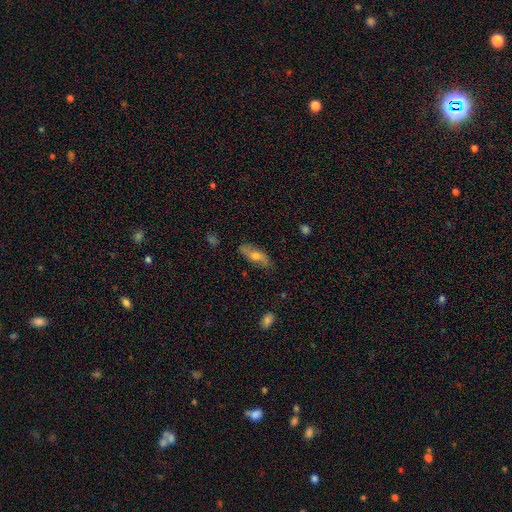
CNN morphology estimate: smooth 48%, featured or disk 44%, star or artifact 8%. Down the decision tree: merging — none (80%).